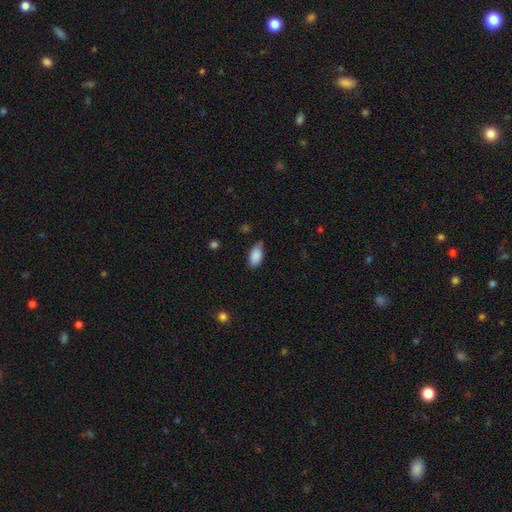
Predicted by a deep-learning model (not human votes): A smooth galaxy with no disk features (88%) that is in between round and cigar-shaped (93%).

Vote fractions:
- Smooth or featured? smooth: 88% / star or artifact: 7% / featured or disk: 5%
- How rounded? in between: 93% / round: 4% / cigar-shaped: 3%
- Merging? none: 62% / minor disturbance: 31% / major disturbance: 5% / merger: 2%